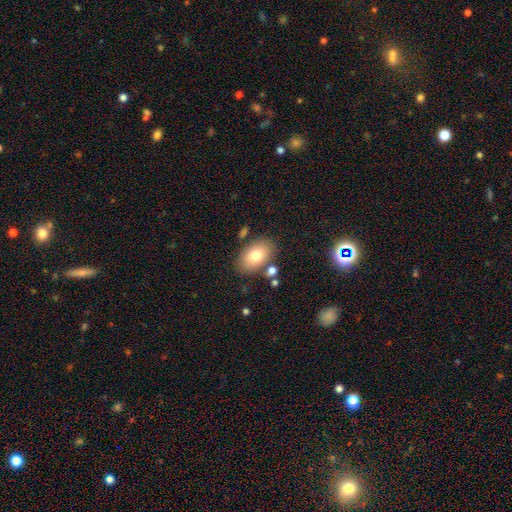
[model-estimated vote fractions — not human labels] smooth-or-featured: smooth: 77% | featured or disk: 15% | star or artifact: 8%
  how-rounded: in between: 90% | round: 8% | cigar-shaped: 1%
  merging: none: 80% | minor disturbance: 11% | merger: 6% | major disturbance: 3%